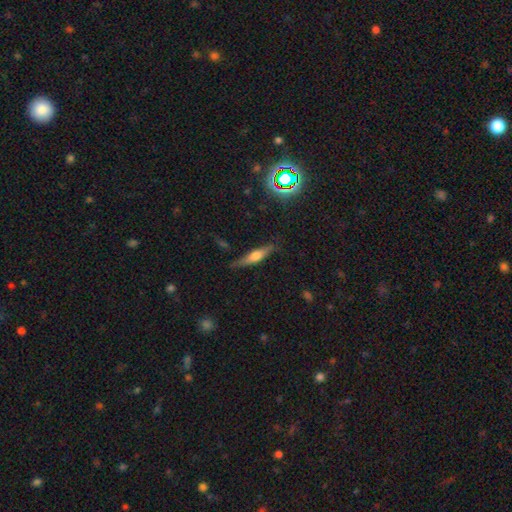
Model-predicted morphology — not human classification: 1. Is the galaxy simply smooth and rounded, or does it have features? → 50% featured or disk, 41% smooth, 9% star or artifact.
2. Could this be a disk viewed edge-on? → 93% yes, 7% no.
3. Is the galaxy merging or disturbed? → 80% none, 15% minor disturbance, 4% major disturbance, 2% merger.